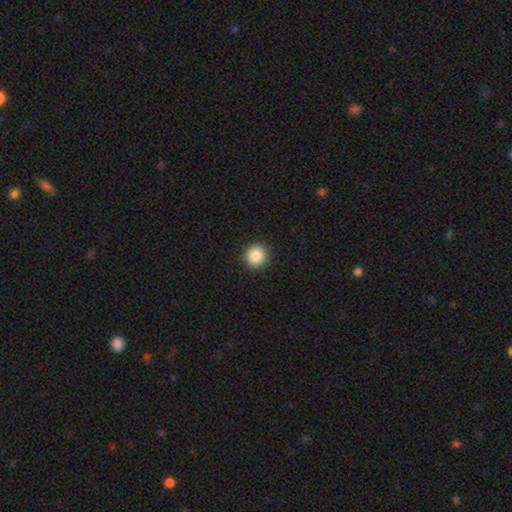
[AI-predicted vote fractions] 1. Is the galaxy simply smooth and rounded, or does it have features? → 88% smooth, 9% star or artifact, 3% featured or disk.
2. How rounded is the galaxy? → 93% round, 6% in between, 1% cigar-shaped.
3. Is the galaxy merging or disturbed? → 93% none, 5% minor disturbance, 2% major disturbance, 1% merger.